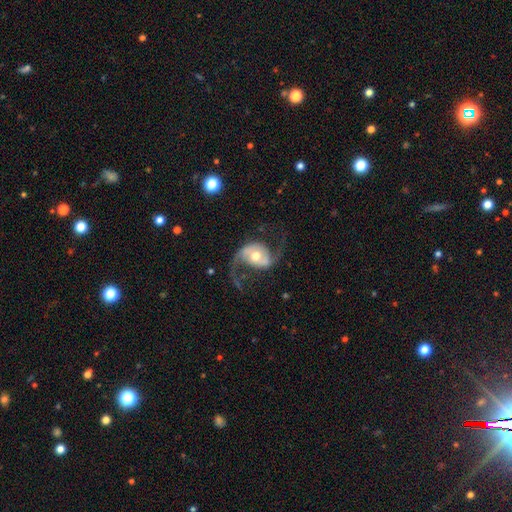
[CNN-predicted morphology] Smooth or featured? featured or disk (87%)
Edge-on disk? no (97%)
Bar? no (54%)
Spiral arms? yes (96%)
Spiral winding? loose (69%)
Spiral arm count? 2 (93%)
Bulge size? moderate (72%)
Merging? none (69%)